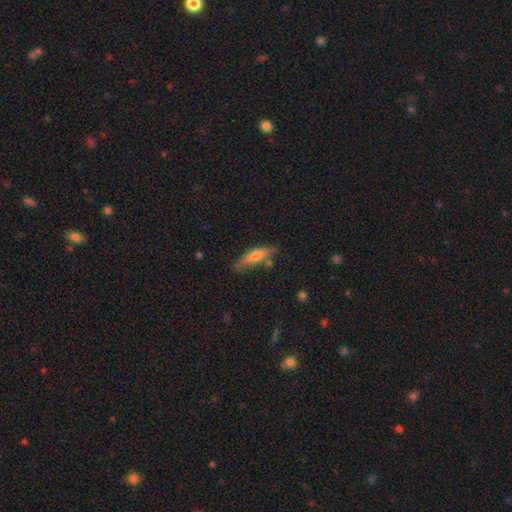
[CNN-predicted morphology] Overall: smooth (65%; featured or disk 28%). How rounded: cigar-shaped (63%; in between 35%). Merging: none (65%).